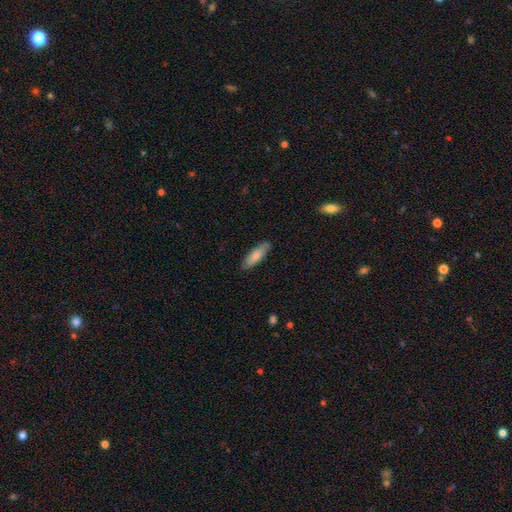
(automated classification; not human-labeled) Q: Smooth or featured?
A: smooth (78%); runner-up: featured or disk (16%)
Q: How rounded?
A: cigar-shaped (51%); runner-up: in between (48%)
Q: Merging?
A: none (85%); runner-up: minor disturbance (12%)